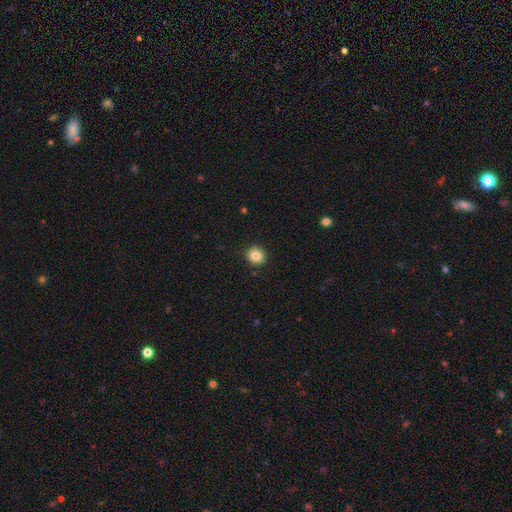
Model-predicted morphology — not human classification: A smooth galaxy with no disk features (84%) that is round (85%). Merging: none (91%).